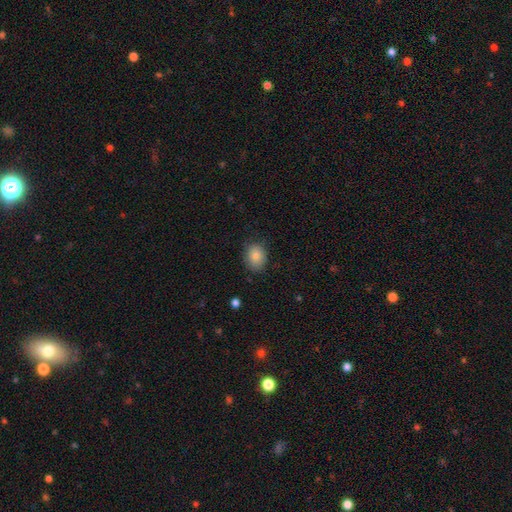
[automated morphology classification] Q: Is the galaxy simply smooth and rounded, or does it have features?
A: smooth — 83%.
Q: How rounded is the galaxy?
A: in between — 51%.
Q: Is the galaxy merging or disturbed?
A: none — 80%.